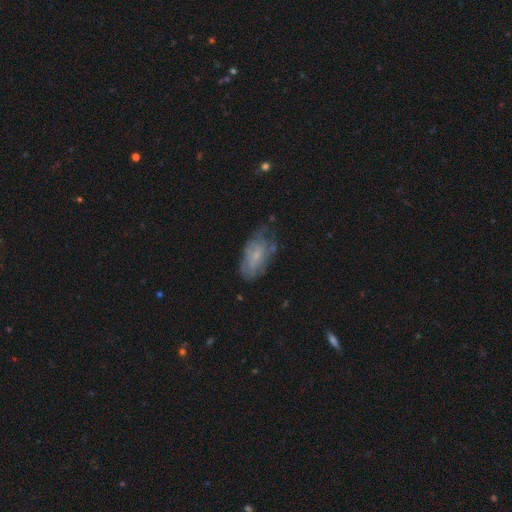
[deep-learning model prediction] smooth 47%, featured or disk 44%, star or artifact 9%. Down the decision tree: merging — none (50%).